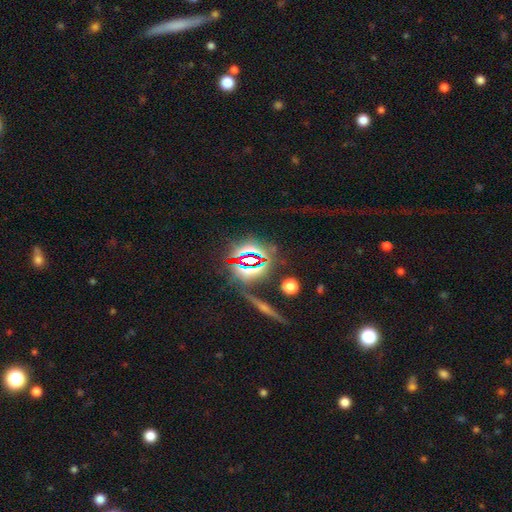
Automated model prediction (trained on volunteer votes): Overall: star or artifact (74%).